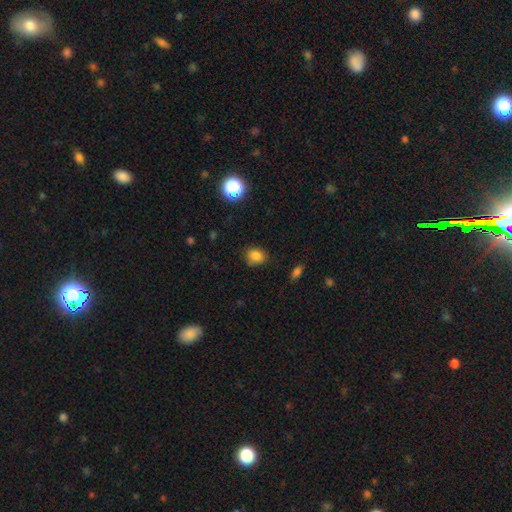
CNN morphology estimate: Q: Smooth or featured?
A: smooth (82%); runner-up: star or artifact (12%)
Q: How rounded?
A: round (51%); runner-up: in between (48%)
Q: Merging?
A: none (77%); runner-up: minor disturbance (18%)